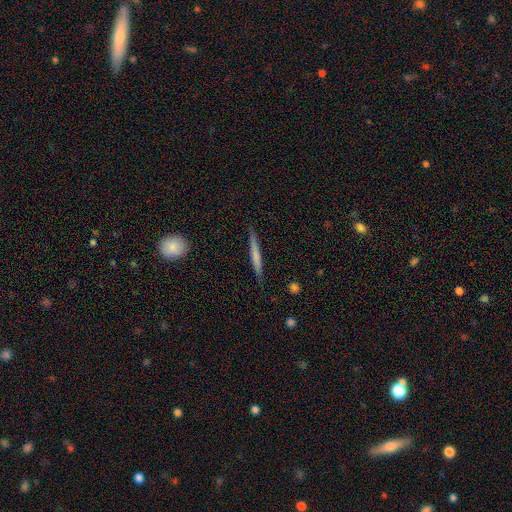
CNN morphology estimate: Smooth or featured?
  - smooth: 58% *
  - featured or disk: 37%
  - star or artifact: 5%
How rounded?
  - cigar-shaped: 96% *
  - in between: 3%
  - round: 2%
Merging?
  - none: 87% *
  - minor disturbance: 10%
  - major disturbance: 2%
  - merger: 1%